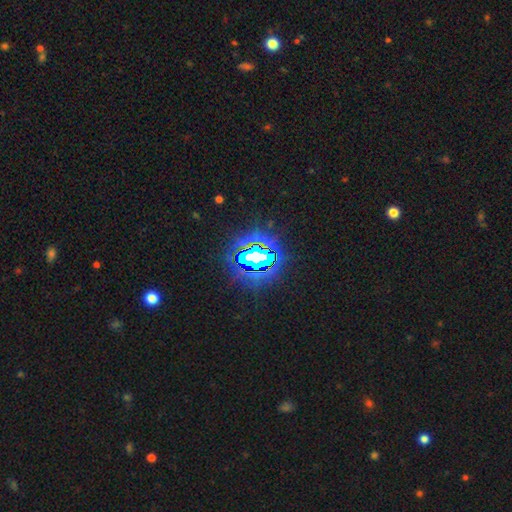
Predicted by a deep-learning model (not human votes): Q: Smooth or featured?
A: star or artifact (77%); runner-up: smooth (12%)